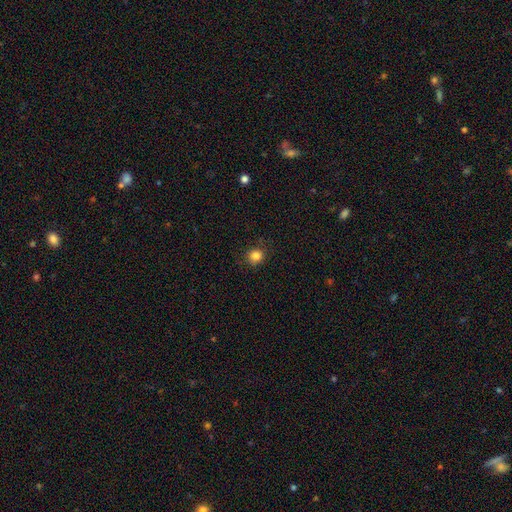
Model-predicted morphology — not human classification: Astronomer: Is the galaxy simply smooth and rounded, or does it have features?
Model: smooth — 84%.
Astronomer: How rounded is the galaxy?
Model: round — 88%.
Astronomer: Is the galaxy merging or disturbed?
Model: none — 87%.